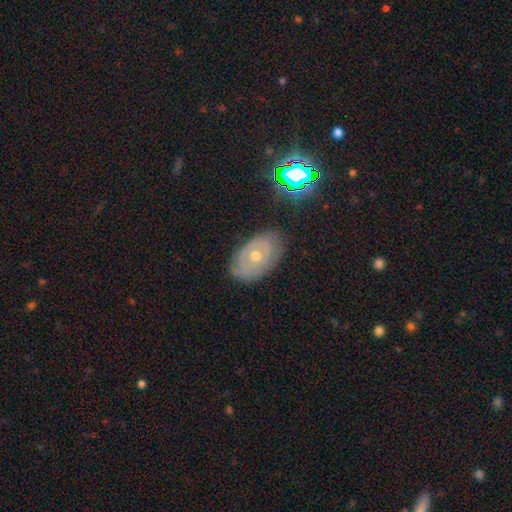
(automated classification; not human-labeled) Smooth or featured: featured or disk — 61% (smooth — 28%)
Edge-on disk: no — 93% (yes — 7%)
Bar: no — 83% (weak — 13%)
Spiral arms: yes — 53% (no — 47%)
Bulge size: moderate — 52% (small — 44%)
Merging: none — 77% (minor disturbance — 17%)